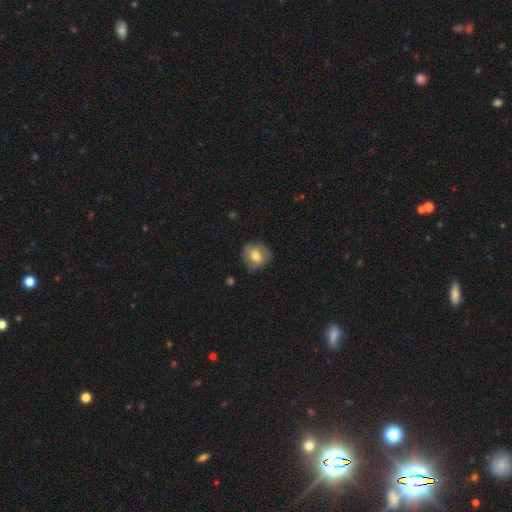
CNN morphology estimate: smooth 68%, featured or disk 24%, star or artifact 8%. Down the decision tree: how rounded — round (77%); merging — none (70%).